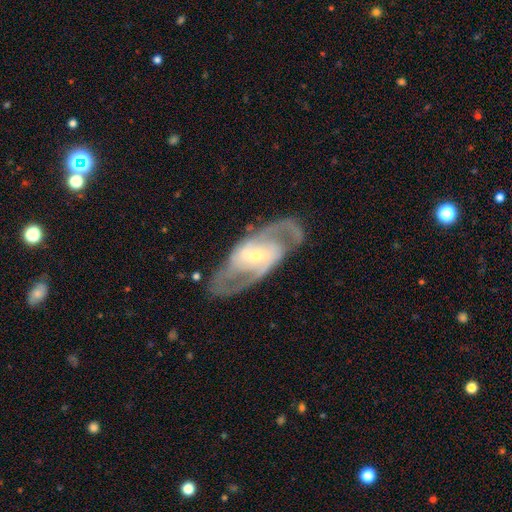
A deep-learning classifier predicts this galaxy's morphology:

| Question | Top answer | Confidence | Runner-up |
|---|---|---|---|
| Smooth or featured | featured or disk | 89% | smooth (7%) |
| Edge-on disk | no | 94% | yes (6%) |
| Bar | weak | 42% | strong (37%) |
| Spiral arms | yes | 96% | no (4%) |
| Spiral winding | medium | 56% | tight (26%) |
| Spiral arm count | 2 | 85% | can't tell (6%) |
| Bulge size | small | 61% | moderate (33%) |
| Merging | none | 78% | minor disturbance (14%) |